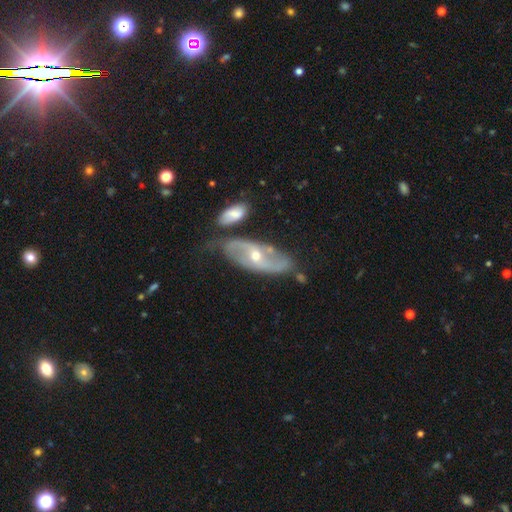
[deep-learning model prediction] smooth-or-featured: featured or disk: 82% | smooth: 12% | star or artifact: 6%
  disk-edge-on: no: 91% | yes: 9%
    bar: no: 47% | weak: 34% | strong: 19%
    has-spiral-arms: yes: 88% | no: 12%
      spiral-winding: loose: 42% | medium: 37% | tight: 21%
      spiral-arm-count: 2: 84% | can't tell: 10% | 3: 2% | 1: 2% | 4: 1% | more than 4: 1%
    bulge-size: small: 53% | moderate: 44% | large: 1% | none: 1% | dominant: 1%
  merging: none: 61% | minor disturbance: 20% | merger: 12% | major disturbance: 7%